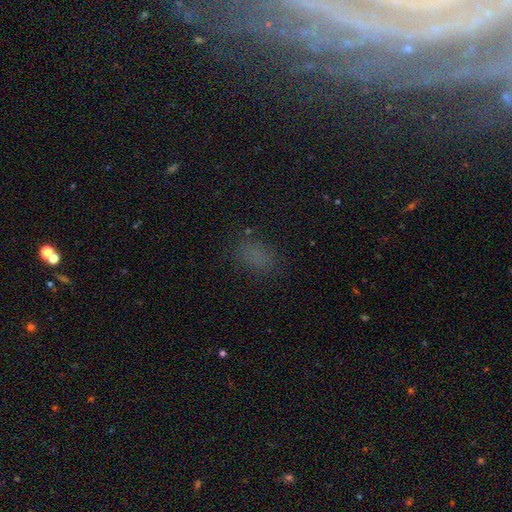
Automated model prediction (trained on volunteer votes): A smooth galaxy with no disk features (70%) that is in between round and cigar-shaped (80%). Merging: none (76%).